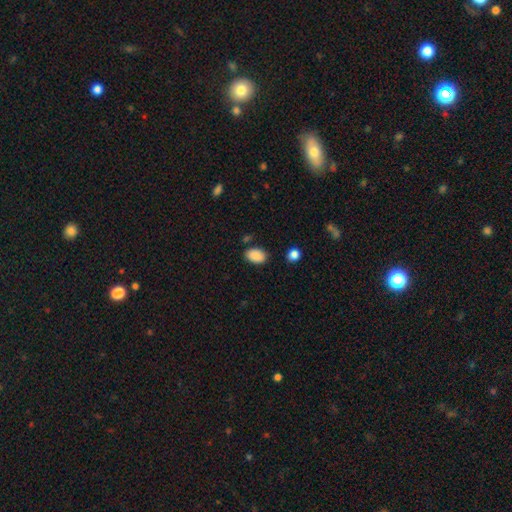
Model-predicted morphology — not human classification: Smooth or featured? smooth (89%)
How rounded? in between (89%)
Merging? none (82%)